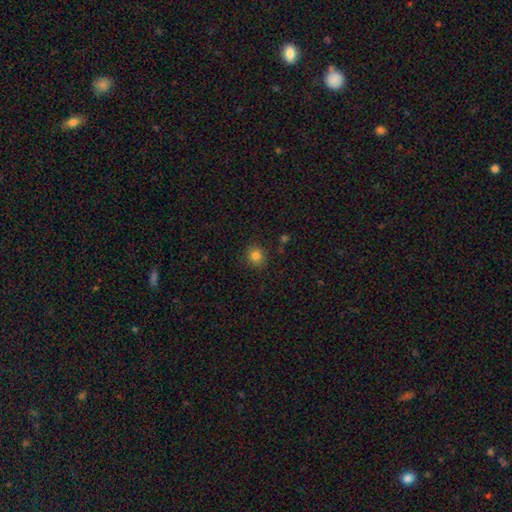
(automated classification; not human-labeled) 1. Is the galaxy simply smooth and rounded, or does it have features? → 82% smooth, 13% star or artifact, 6% featured or disk.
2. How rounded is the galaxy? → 87% round, 12% in between, 1% cigar-shaped.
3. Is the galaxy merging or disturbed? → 88% none, 8% minor disturbance, 2% major disturbance, 2% merger.